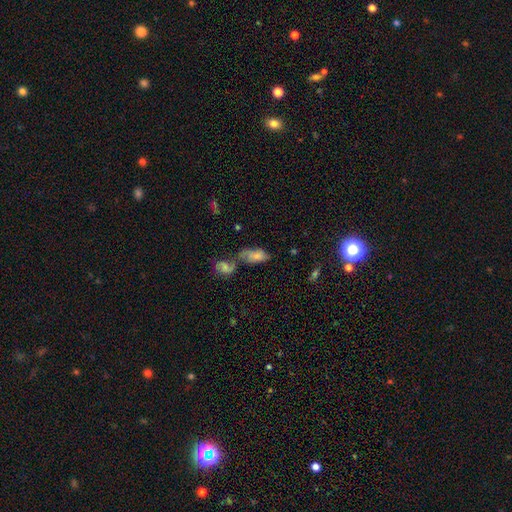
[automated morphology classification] type=smooth (65%); roundness=in between (90%); merging=merger (44%).